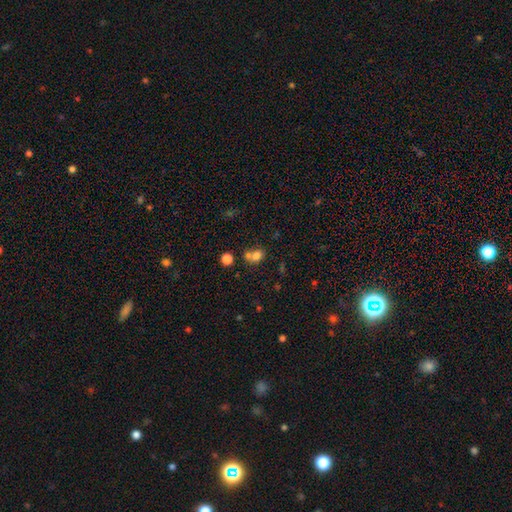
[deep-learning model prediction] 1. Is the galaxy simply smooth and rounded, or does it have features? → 74% smooth, 14% star or artifact, 12% featured or disk.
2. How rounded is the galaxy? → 58% round, 41% in between, 1% cigar-shaped.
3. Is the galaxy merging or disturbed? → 50% merger, 36% none, 9% minor disturbance, 5% major disturbance.